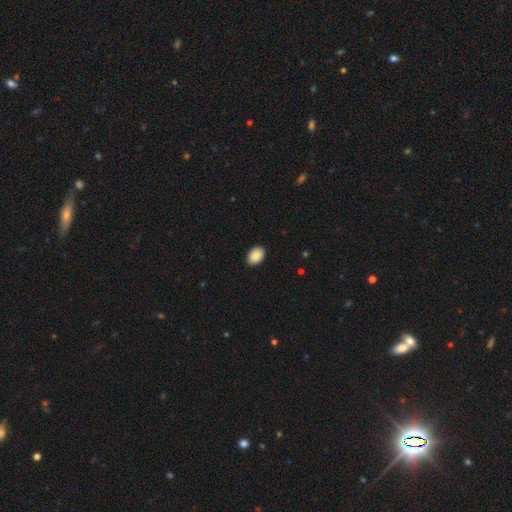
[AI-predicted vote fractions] This is clearly a smooth galaxy (89%). How rounded: clearly in between (85%). Merging: clearly none (90%).